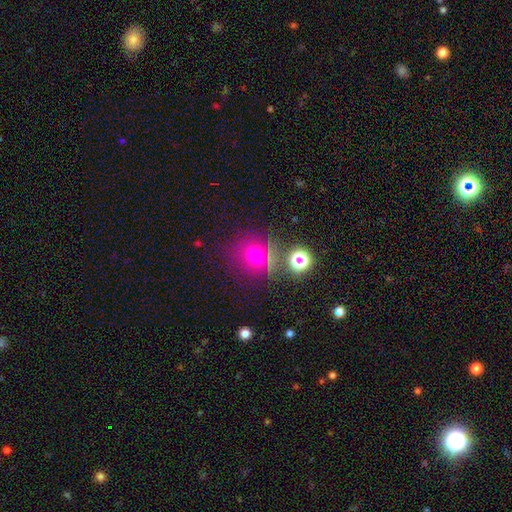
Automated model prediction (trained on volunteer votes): The model was most divided on "smooth or featured": smooth: 66%, star or artifact: 24%, featured or disk: 10%. More confident: how rounded — round (86%); merging — none (70%).